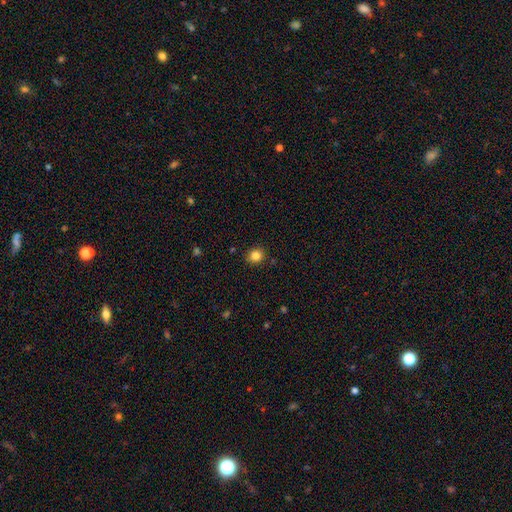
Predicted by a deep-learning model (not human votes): smooth 83%, star or artifact 12%, featured or disk 5%. Down the decision tree: how rounded — round (81%); merging — none (89%).